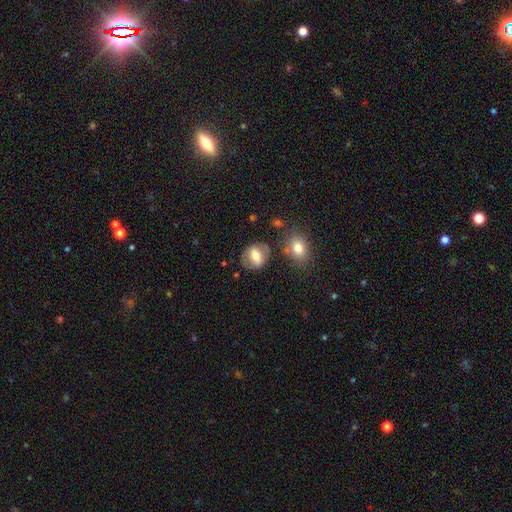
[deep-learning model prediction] Smooth or featured? Predicted: smooth (p=0.57). How rounded? Predicted: round (p=0.52). Merging? Predicted: none (p=0.70).